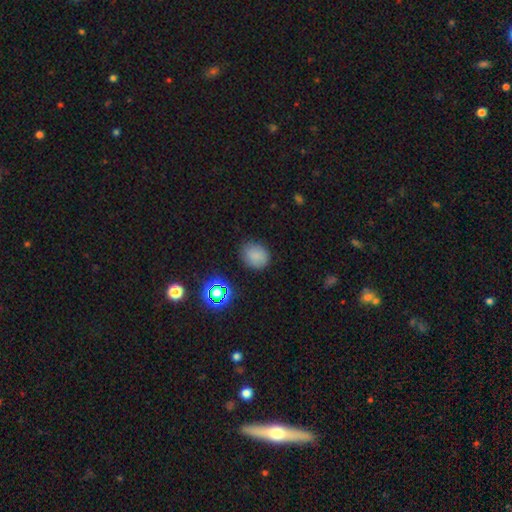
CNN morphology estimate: A smooth galaxy with no disk features (78%) that is round (56%).

Vote fractions:
- Smooth or featured? smooth: 78% / star or artifact: 15% / featured or disk: 6%
- How rounded? round: 56% / in between: 43% / cigar-shaped: 1%
- Merging? none: 80% / minor disturbance: 15% / major disturbance: 4% / merger: 2%